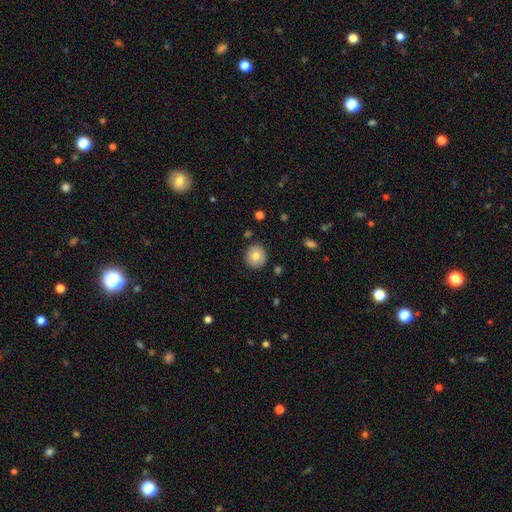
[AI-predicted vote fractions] This appears to be a smooth galaxy with no disk features (78%) that is round (92%). Merging: none (89%).